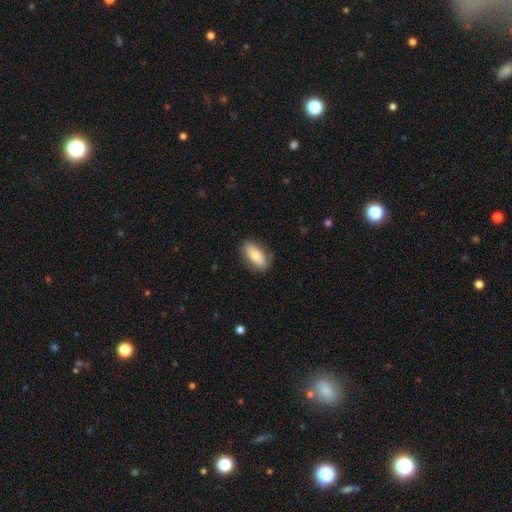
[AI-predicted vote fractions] smooth_or_featured: smooth (p=0.77) [alt: featured or disk p=0.17]
how_rounded: in between (p=0.89) [alt: cigar-shaped p=0.07]
merging: none (p=0.80) [alt: minor disturbance p=0.15]